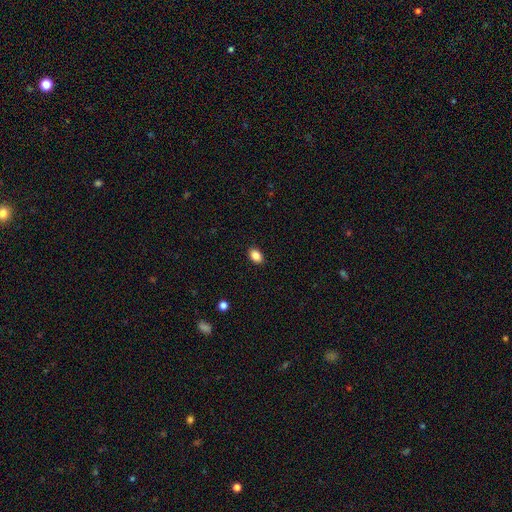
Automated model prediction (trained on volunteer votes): Morphology: type=smooth (87%); roundness=in between (81%); merging=none (90%).